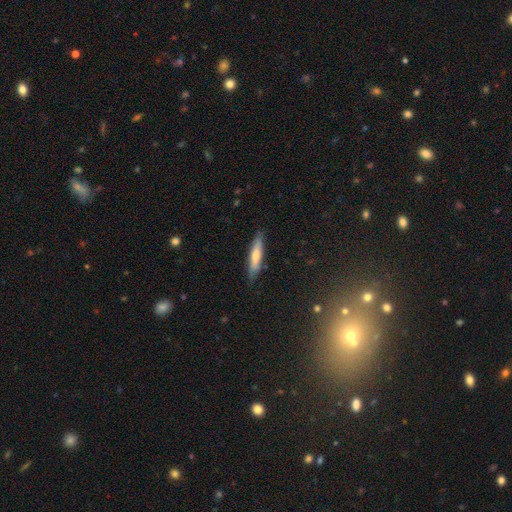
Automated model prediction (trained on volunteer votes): This is likely a smooth galaxy (61%). How rounded: clearly cigar-shaped (84%). Merging: clearly none (83%).